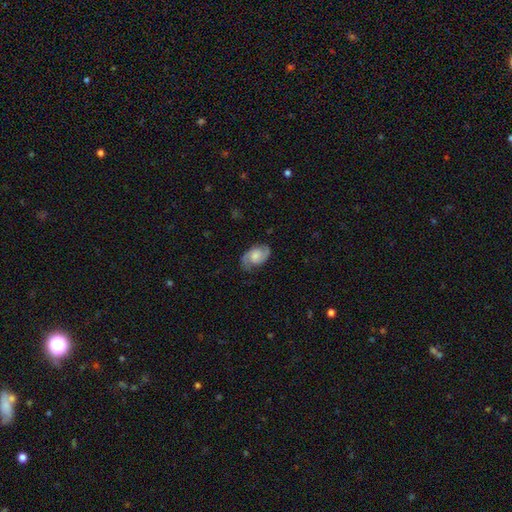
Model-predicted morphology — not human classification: Smooth or featured?
  - featured or disk: 76% *
  - smooth: 18%
  - star or artifact: 6%
Edge-on disk?
  - no: 97% *
  - yes: 3%
Bar?
  - no: 60% *
  - weak: 34%
  - strong: 6%
Spiral arms?
  - yes: 95% *
  - no: 5%
Spiral winding?
  - medium: 51% *
  - tight: 32%
  - loose: 17%
Spiral arm count?
  - 2: 90% *
  - can't tell: 4%
  - 1: 2%
  - 3: 1%
  - 4: 1%
  - more than 4: 1%
Bulge size?
  - moderate: 43% *
  - small: 29%
  - none: 14%
  - large: 12%
  - dominant: 2%
Merging?
  - none: 77% *
  - minor disturbance: 17%
  - major disturbance: 5%
  - merger: 1%